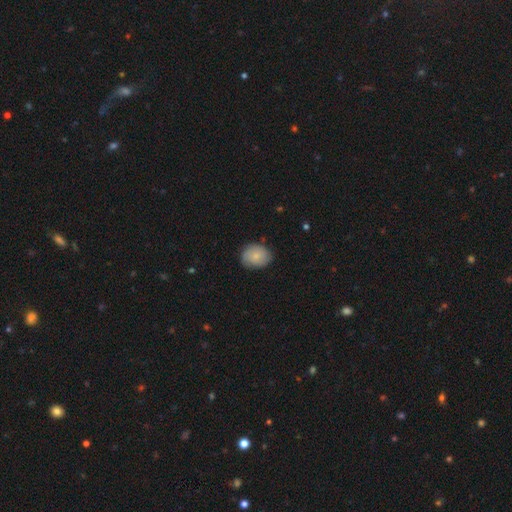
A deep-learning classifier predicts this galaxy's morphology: This appears to be a smooth galaxy with no disk features (76%) that is round (51%). Merging: none (78%).